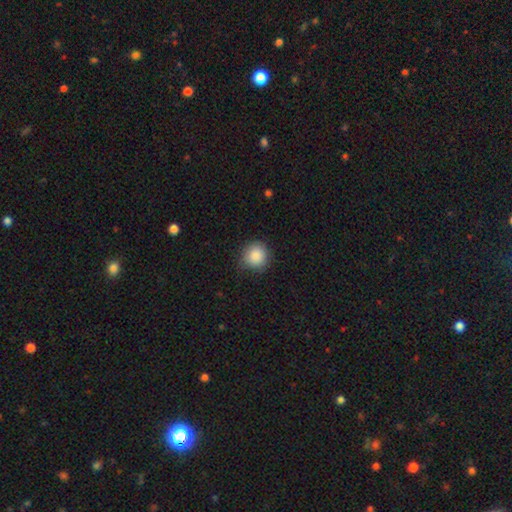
Q: Smooth or featured?
A: smooth (87%); runner-up: star or artifact (8%)
Q: How rounded?
A: round (94%); runner-up: in between (6%)
Q: Merging?
A: none (80%); runner-up: minor disturbance (14%)